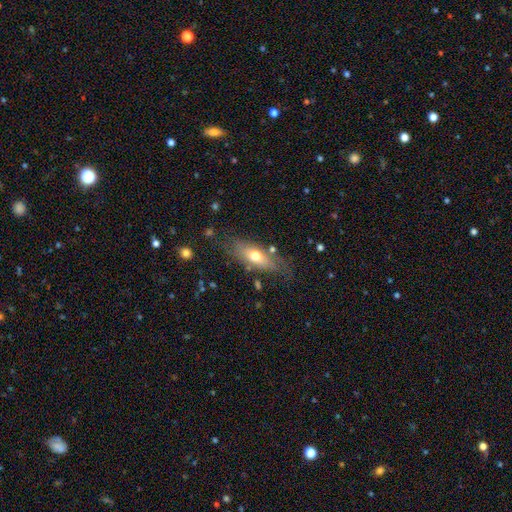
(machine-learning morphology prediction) Smooth or featured? smooth (58%)
How rounded? in between (70%)
Merging? none (70%)